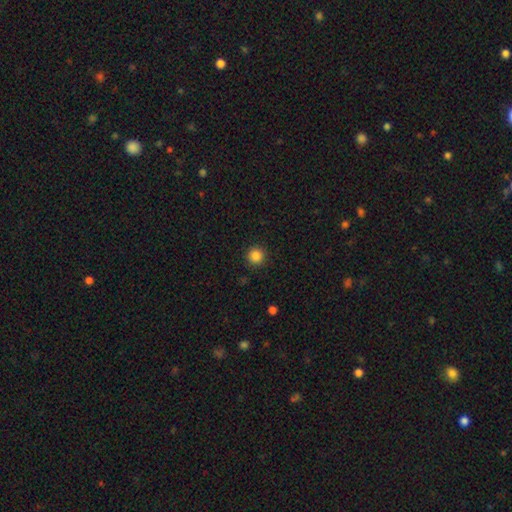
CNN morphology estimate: smooth_or_featured: smooth (p=0.86) [alt: star or artifact p=0.11]
how_rounded: round (p=0.95) [alt: in between p=0.04]
merging: none (p=0.91) [alt: minor disturbance p=0.06]